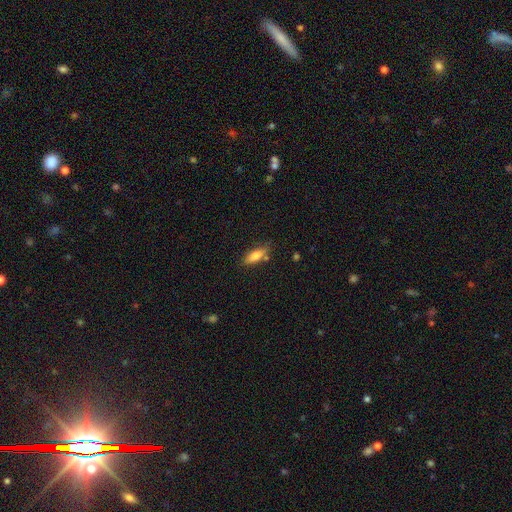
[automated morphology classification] smooth 80%, featured or disk 12%, star or artifact 7%. Down the decision tree: how rounded — in between (69%); merging — none (72%).